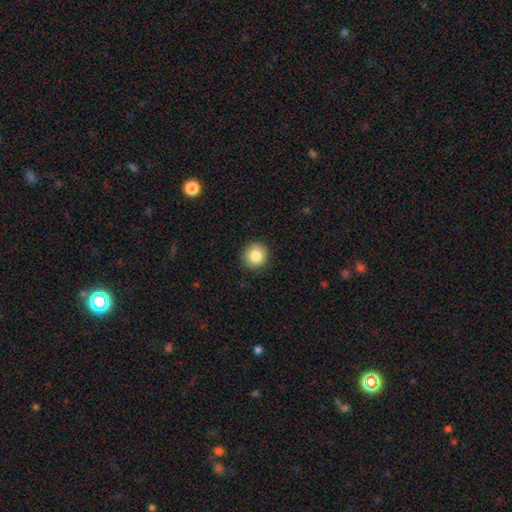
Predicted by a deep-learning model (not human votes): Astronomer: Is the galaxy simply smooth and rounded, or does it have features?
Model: smooth — 83%.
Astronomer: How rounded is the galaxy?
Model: round — 90%.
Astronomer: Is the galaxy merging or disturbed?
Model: none — 91%.